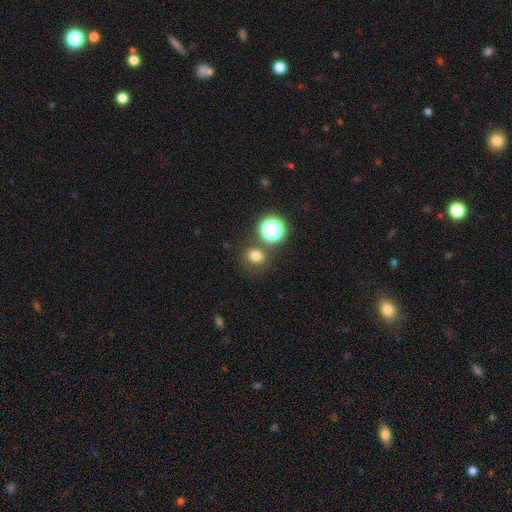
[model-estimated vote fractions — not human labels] smooth 73%, star or artifact 20%, featured or disk 7%. Down the decision tree: how rounded — round (71%); merging — none (75%).